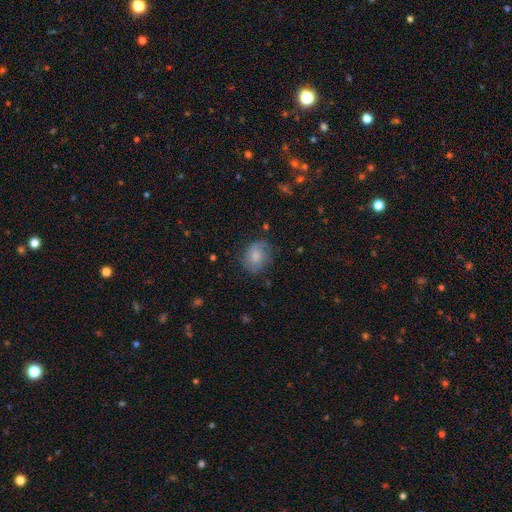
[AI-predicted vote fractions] A smooth galaxy with no disk features (66%) that is round (59%).

Vote fractions:
- Smooth or featured? smooth: 66% / featured or disk: 26% / star or artifact: 8%
- How rounded? round: 59% / in between: 40% / cigar-shaped: 1%
- Merging? none: 69% / minor disturbance: 22% / major disturbance: 7% / merger: 1%